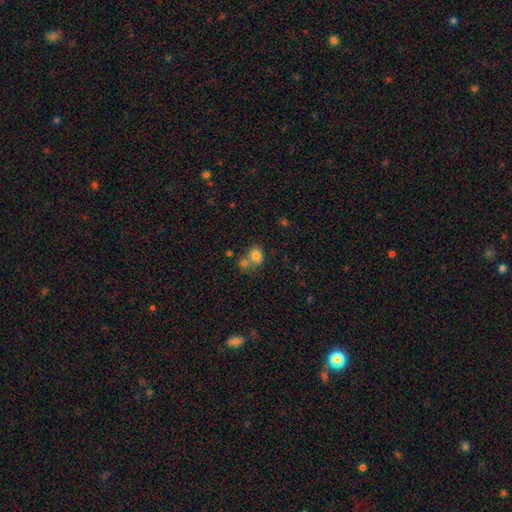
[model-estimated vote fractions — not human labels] Morphology: type=smooth (79%); roundness=round (55%); merging=none (43%).